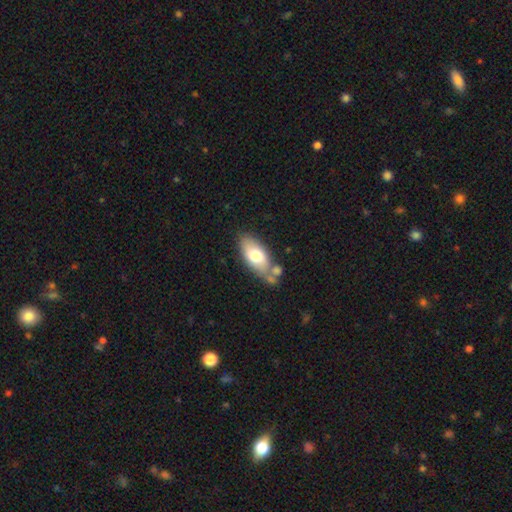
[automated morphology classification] Smooth or featured?
  - smooth: 69% *
  - featured or disk: 25%
  - star or artifact: 6%
How rounded?
  - in between: 89% *
  - cigar-shaped: 7%
  - round: 3%
Merging?
  - none: 55% *
  - merger: 20%
  - minor disturbance: 19%
  - major disturbance: 6%